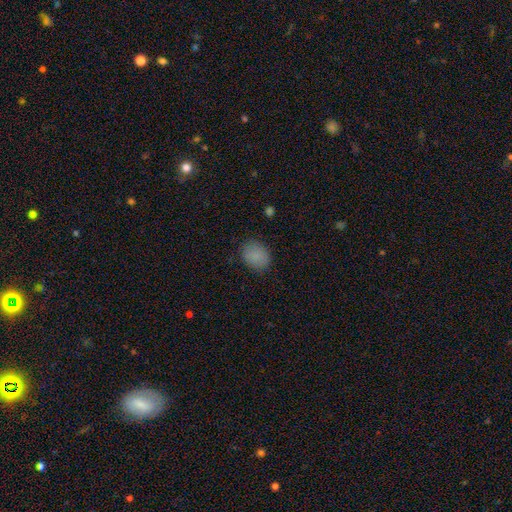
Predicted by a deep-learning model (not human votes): smooth-or-featured: smooth: 86% | star or artifact: 9% | featured or disk: 5%
  how-rounded: in between: 53% | round: 46% | cigar-shaped: 1%
  merging: none: 83% | minor disturbance: 13% | major disturbance: 3% | merger: 1%